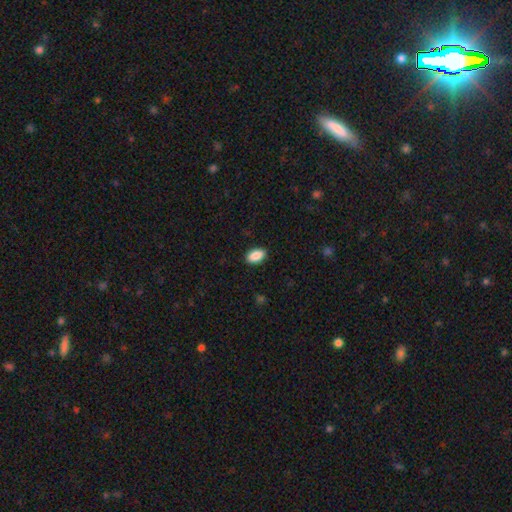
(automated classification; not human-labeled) smooth_or_featured: smooth (p=0.89) [alt: star or artifact p=0.07]
how_rounded: in between (p=0.93) [alt: round p=0.05]
merging: none (p=0.90) [alt: minor disturbance p=0.08]